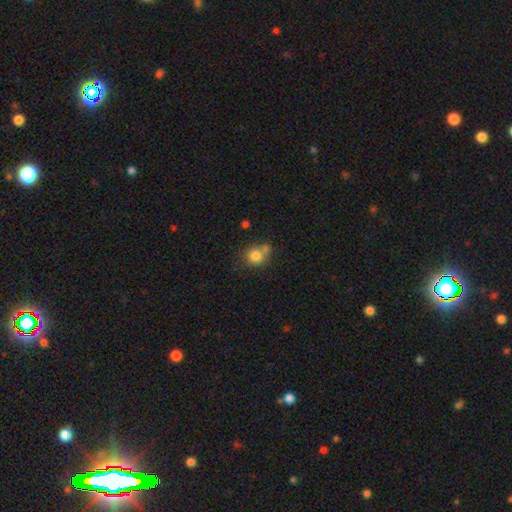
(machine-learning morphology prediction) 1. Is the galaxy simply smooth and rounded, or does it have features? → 81% smooth, 10% star or artifact, 8% featured or disk.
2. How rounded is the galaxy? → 82% round, 18% in between, 1% cigar-shaped.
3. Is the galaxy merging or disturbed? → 53% none, 25% merger, 17% minor disturbance, 6% major disturbance.